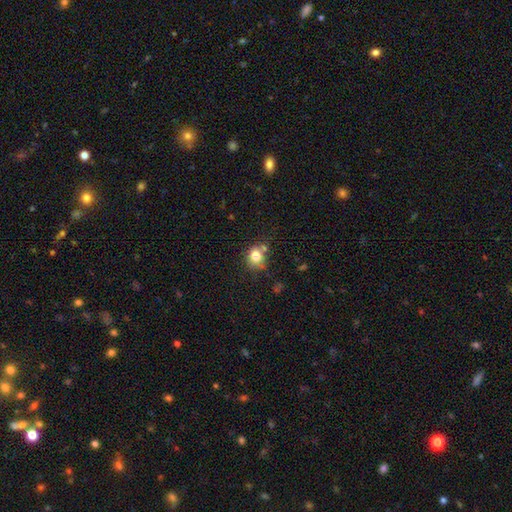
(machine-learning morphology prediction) smooth 79%, star or artifact 11%, featured or disk 10%. Down the decision tree: how rounded — round (70%); merging — none (56%).